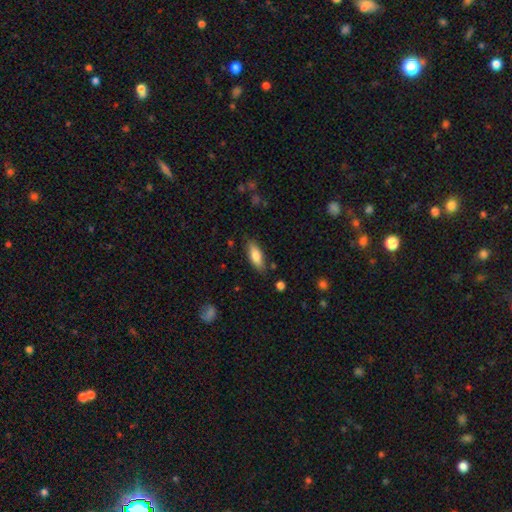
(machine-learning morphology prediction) Overall: smooth (78%). How rounded: in between (69%). Merging: none (81%).